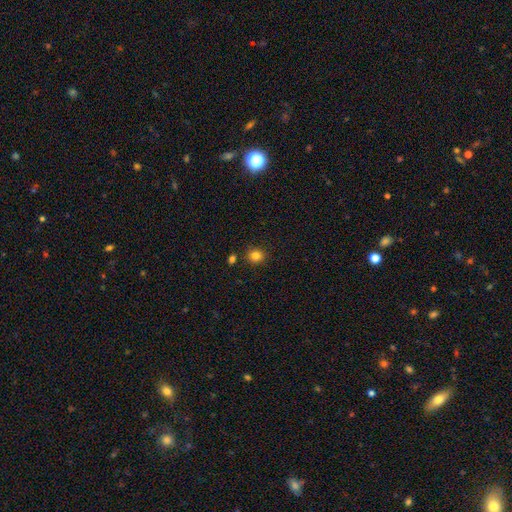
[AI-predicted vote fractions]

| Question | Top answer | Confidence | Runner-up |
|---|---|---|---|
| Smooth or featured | smooth | 82% | star or artifact (13%) |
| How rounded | round | 87% | in between (12%) |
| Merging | none | 87% | minor disturbance (7%) |